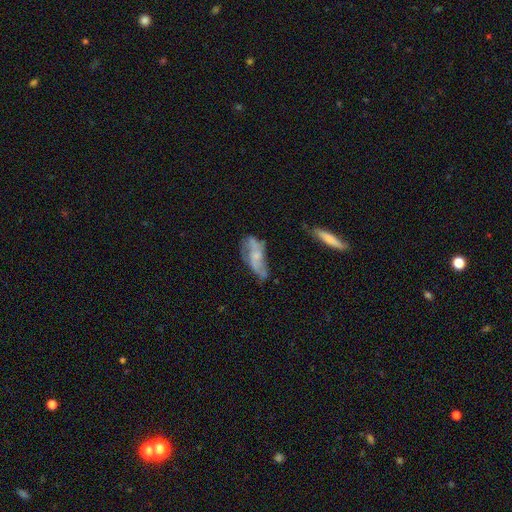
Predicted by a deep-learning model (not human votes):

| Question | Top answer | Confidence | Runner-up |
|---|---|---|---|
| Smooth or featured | featured or disk | 56% | smooth (35%) |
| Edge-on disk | no | 88% | yes (12%) |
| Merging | none | 43% | minor disturbance (31%) |